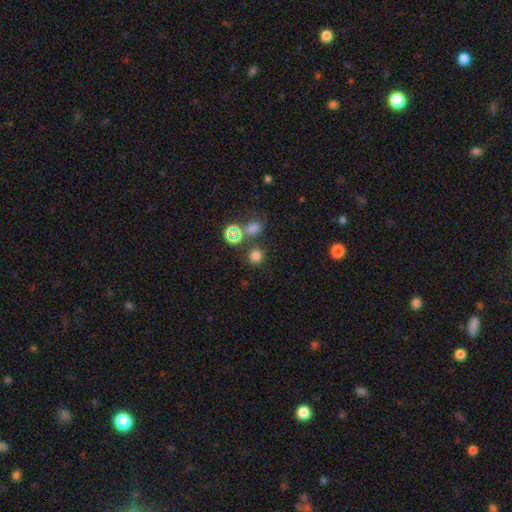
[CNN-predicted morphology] Smooth or featured? Predicted: smooth (p=0.73). How rounded? Predicted: round (p=0.89). Merging? Predicted: none (p=0.76).